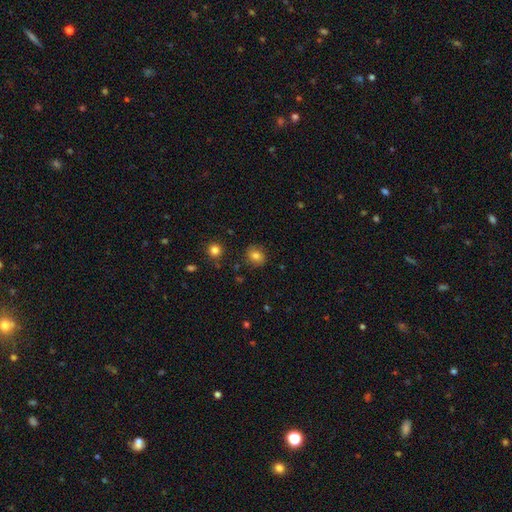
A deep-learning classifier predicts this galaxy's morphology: A smooth galaxy with no disk features (81%) that is round (64%).

Vote fractions:
- Smooth or featured? smooth: 81% / star or artifact: 11% / featured or disk: 8%
- How rounded? round: 64% / in between: 35% / cigar-shaped: 1%
- Merging? none: 86% / minor disturbance: 10% / major disturbance: 3% / merger: 2%